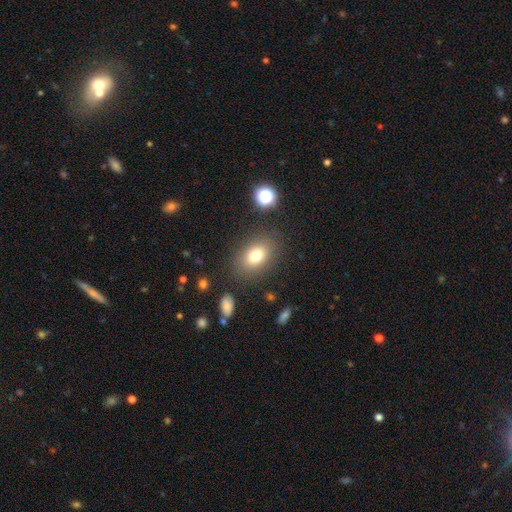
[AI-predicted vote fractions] Smooth or featured? smooth (77%)
How rounded? in between (75%)
Merging? none (83%)